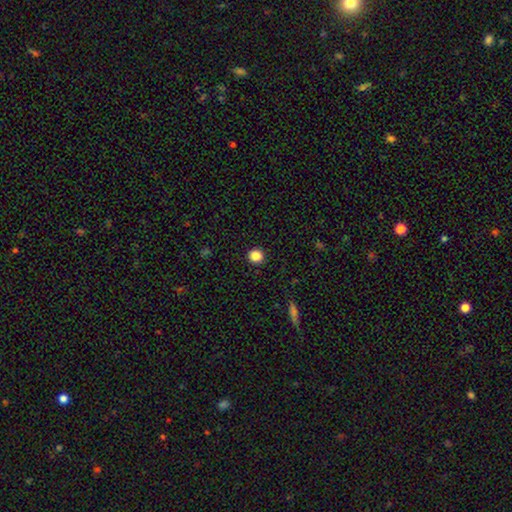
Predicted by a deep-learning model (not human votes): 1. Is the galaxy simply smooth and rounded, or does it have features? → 85% smooth, 11% star or artifact, 4% featured or disk.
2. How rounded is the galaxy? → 92% round, 7% in between, 1% cigar-shaped.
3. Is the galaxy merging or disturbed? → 92% none, 5% minor disturbance, 2% major disturbance, 1% merger.